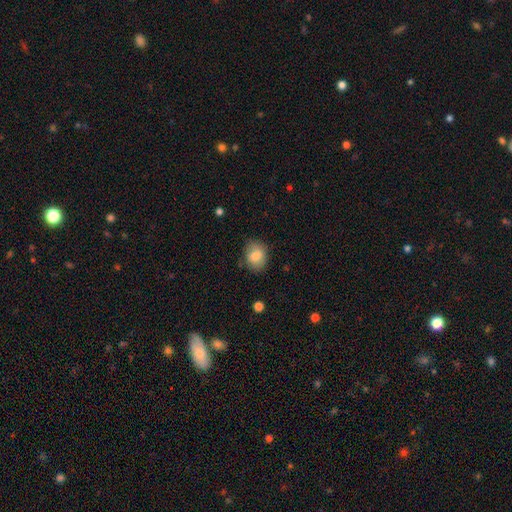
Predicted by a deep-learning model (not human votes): This appears to be a smooth galaxy with no disk features (82%) that is in between round and cigar-shaped (54%). Merging: none (77%).